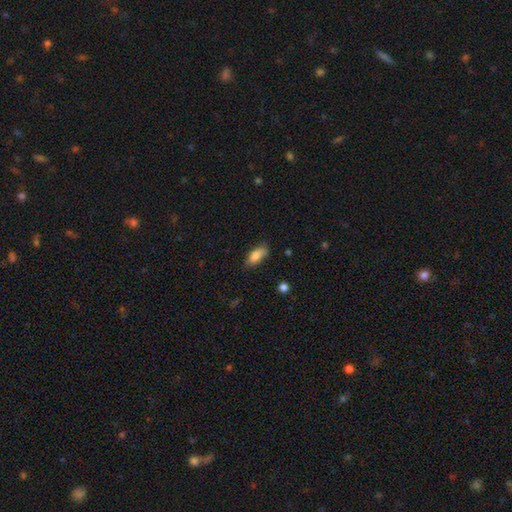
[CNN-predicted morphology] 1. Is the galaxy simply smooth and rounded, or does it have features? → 81% smooth, 11% featured or disk, 7% star or artifact.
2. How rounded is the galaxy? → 84% in between, 13% cigar-shaped, 3% round.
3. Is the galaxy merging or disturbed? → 70% none, 24% minor disturbance, 4% major disturbance, 2% merger.